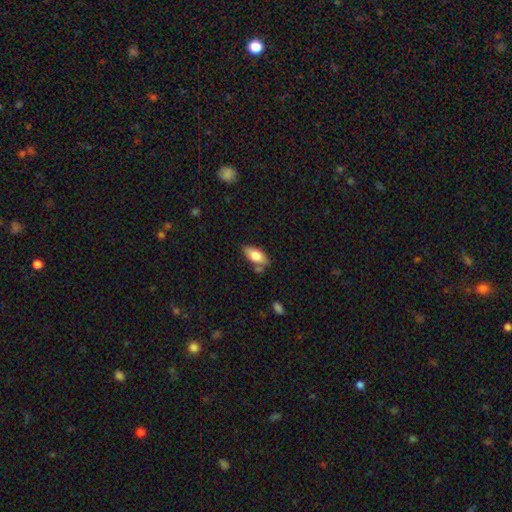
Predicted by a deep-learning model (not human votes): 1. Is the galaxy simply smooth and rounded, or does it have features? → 76% smooth, 17% featured or disk, 7% star or artifact.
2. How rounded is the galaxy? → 86% in between, 11% cigar-shaped, 3% round.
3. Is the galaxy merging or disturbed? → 68% none, 18% minor disturbance, 10% merger, 4% major disturbance.